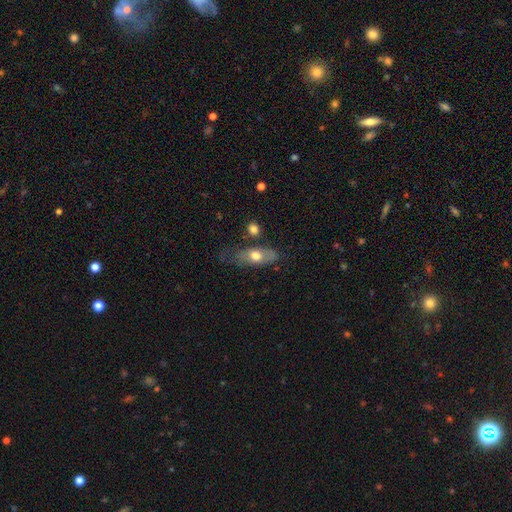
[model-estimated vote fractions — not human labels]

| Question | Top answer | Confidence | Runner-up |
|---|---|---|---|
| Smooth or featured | smooth | 58% | featured or disk (35%) |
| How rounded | in between | 76% | cigar-shaped (16%) |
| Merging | none | 54% | minor disturbance (26%) |